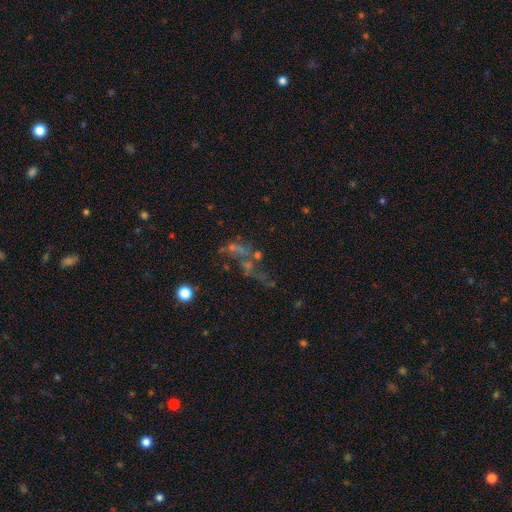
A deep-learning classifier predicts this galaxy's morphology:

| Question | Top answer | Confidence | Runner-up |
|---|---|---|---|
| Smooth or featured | featured or disk | 41% | star or artifact (38%) |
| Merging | none | 36% | major disturbance (30%) |